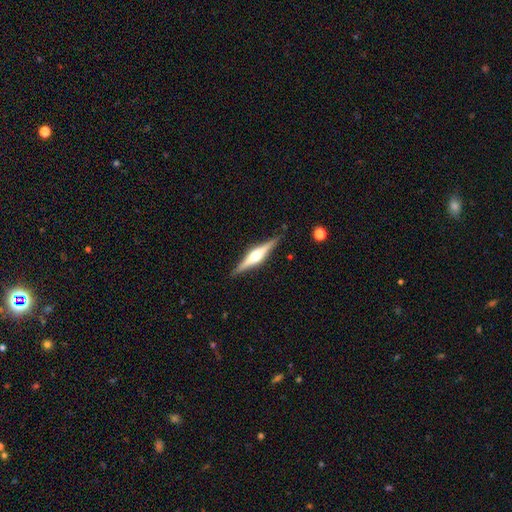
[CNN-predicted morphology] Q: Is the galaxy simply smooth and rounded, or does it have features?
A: featured or disk — 78%.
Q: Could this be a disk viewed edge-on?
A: yes — 98%.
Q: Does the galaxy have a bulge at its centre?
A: rounded — 91%.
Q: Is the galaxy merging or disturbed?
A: none — 89%.